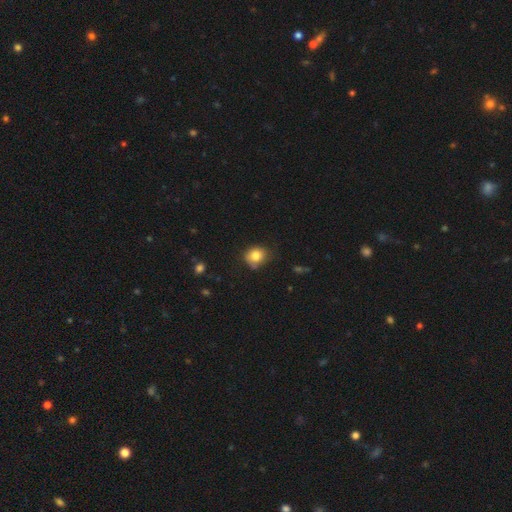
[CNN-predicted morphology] Smooth or featured?
  - smooth: 79% *
  - featured or disk: 11%
  - star or artifact: 10%
How rounded?
  - round: 65% *
  - in between: 34%
  - cigar-shaped: 1%
Merging?
  - none: 60% *
  - minor disturbance: 29%
  - major disturbance: 8%
  - merger: 3%